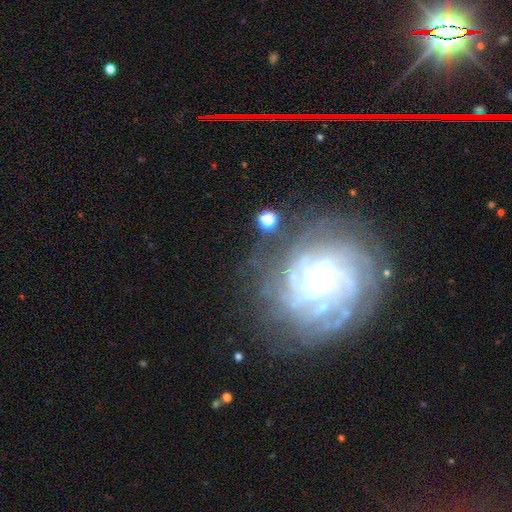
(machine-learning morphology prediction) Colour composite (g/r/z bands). It shows a featured or disk galaxy (70%) with no bar (61%), tight (73%) spiral arms (92%) and a small central bulge (57%). Merging: none (77%).